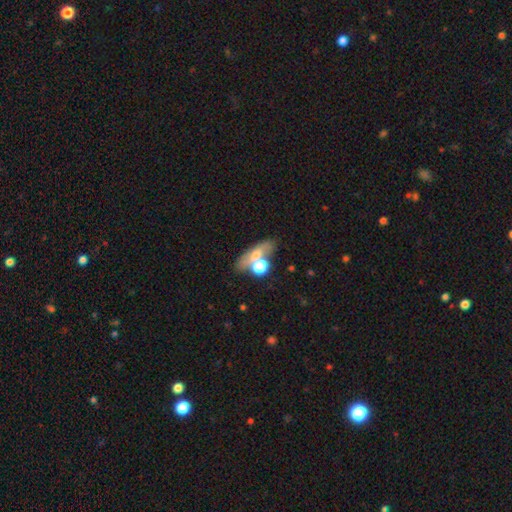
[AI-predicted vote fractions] smooth_or_featured: smooth (p=0.56) [alt: featured or disk p=0.30]
how_rounded: in between (p=0.53) [alt: cigar-shaped p=0.24]
merging: none (p=0.56) [alt: merger p=0.23]